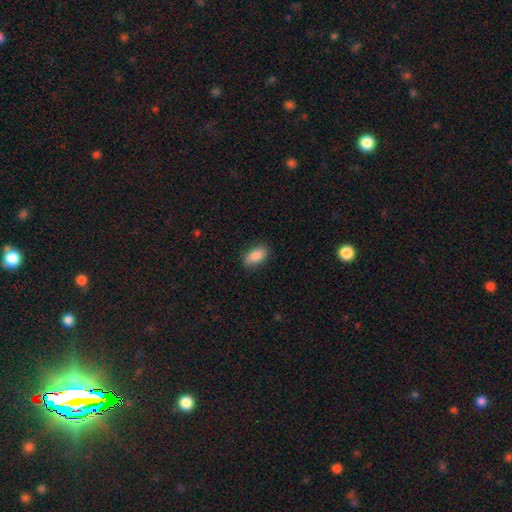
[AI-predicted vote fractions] Smooth or featured? smooth (85%)
How rounded? in between (90%)
Merging? none (84%)